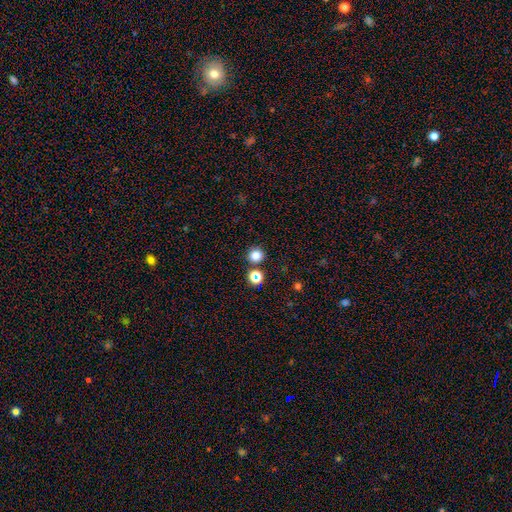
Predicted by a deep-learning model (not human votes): smooth_or_featured: smooth (p=0.78) [alt: star or artifact p=0.17]
how_rounded: round (p=0.92) [alt: in between p=0.07]
merging: none (p=0.85) [alt: merger p=0.07]